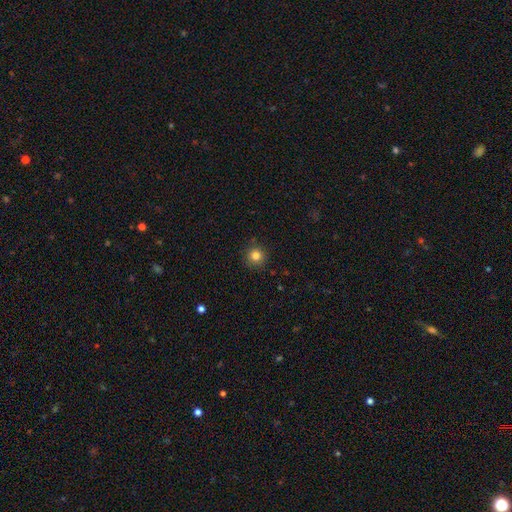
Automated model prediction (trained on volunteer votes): This is clearly a smooth galaxy (82%). How rounded: clearly round (95%). Merging: clearly none (91%).